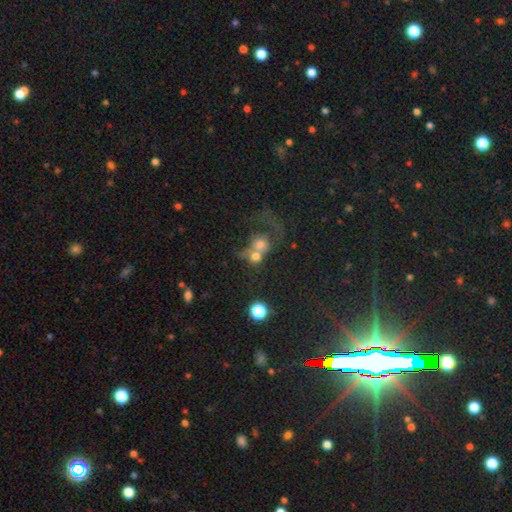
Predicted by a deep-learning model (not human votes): smooth-or-featured: smooth: 61% | featured or disk: 25% | star or artifact: 14%
  how-rounded: round: 74% | in between: 25% | cigar-shaped: 1%
  merging: merger: 67% | none: 16% | major disturbance: 11% | minor disturbance: 6%